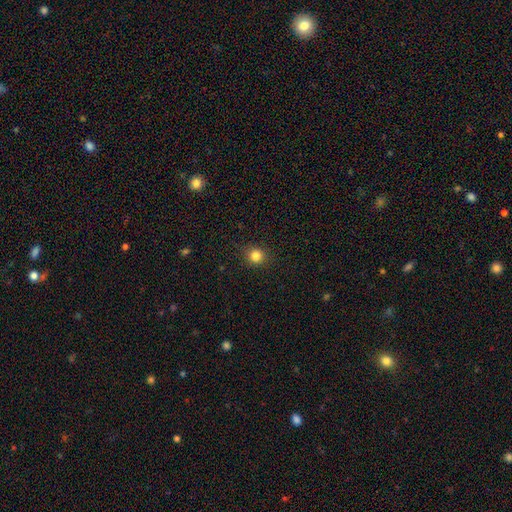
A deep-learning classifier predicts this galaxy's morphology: smooth-or-featured: smooth: 83% | star or artifact: 12% | featured or disk: 5%
  how-rounded: round: 88% | in between: 11% | cigar-shaped: 1%
  merging: none: 89% | minor disturbance: 8% | major disturbance: 2% | merger: 1%